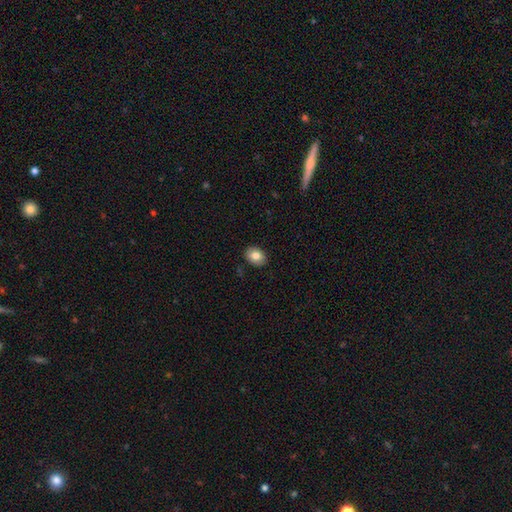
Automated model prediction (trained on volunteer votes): The model was most divided on "how rounded": in between: 64%, round: 35%, cigar-shaped: 1%. More confident: merging — none (89%); smooth or featured — smooth (81%).